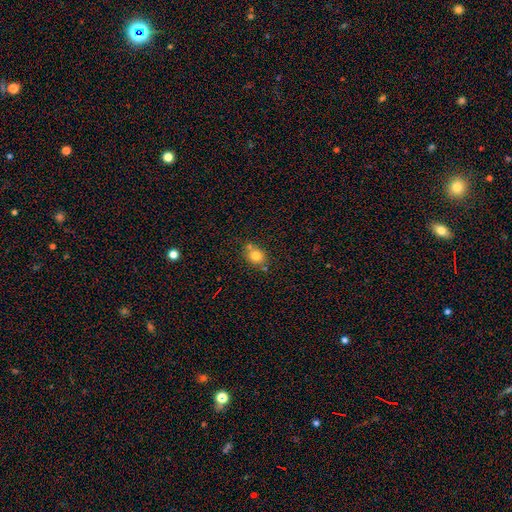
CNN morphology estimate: smooth 79%, star or artifact 11%, featured or disk 10%. Down the decision tree: how rounded — round (61%); merging — none (67%).